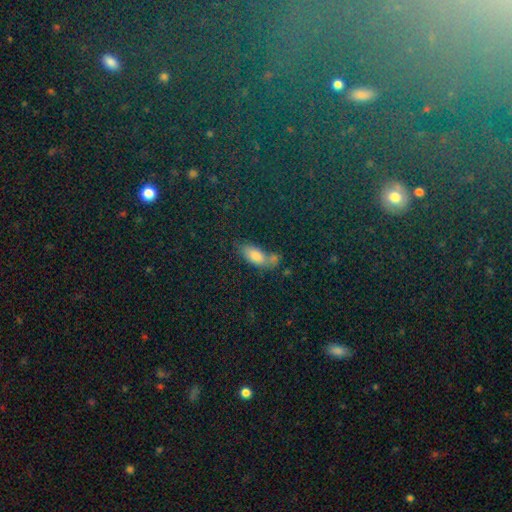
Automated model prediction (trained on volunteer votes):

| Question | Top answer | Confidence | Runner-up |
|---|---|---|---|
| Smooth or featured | smooth | 75% | star or artifact (13%) |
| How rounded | in between | 81% | cigar-shaped (15%) |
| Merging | none | 47% | merger (26%) |